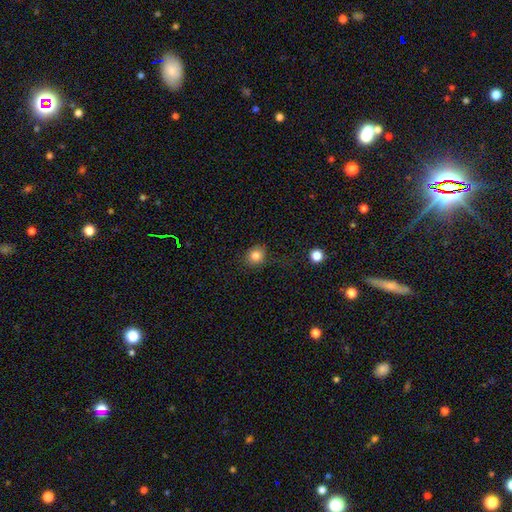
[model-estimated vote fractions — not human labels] Smooth or featured? Predicted: smooth (p=0.83). How rounded? Predicted: round (p=0.75). Merging? Predicted: none (p=0.78).